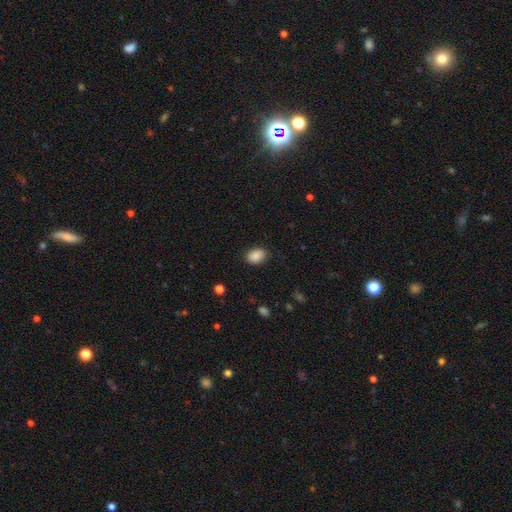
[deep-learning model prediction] Smooth or featured: smooth — 89% (star or artifact — 8%)
How rounded: in between — 77% (round — 22%)
Merging: none — 84% (minor disturbance — 12%)